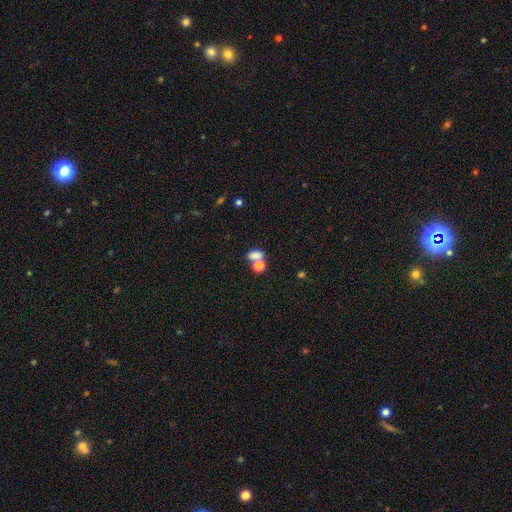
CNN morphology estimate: A smooth galaxy with no disk features (77%) that is in between round and cigar-shaped (73%).

Vote fractions:
- Smooth or featured? smooth: 77% / star or artifact: 13% / featured or disk: 10%
- How rounded? in between: 73% / round: 23% / cigar-shaped: 4%
- Merging? merger: 47% / none: 38% / minor disturbance: 9% / major disturbance: 6%